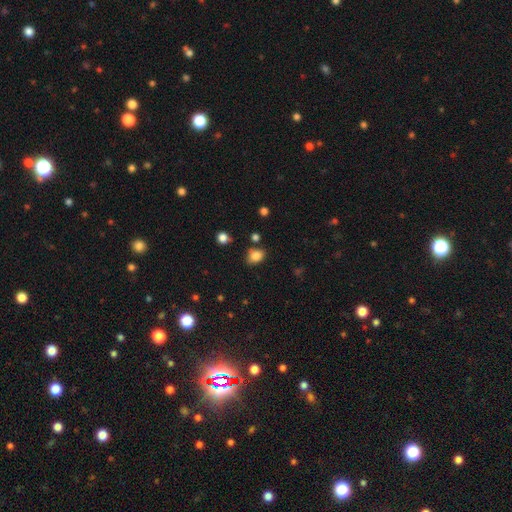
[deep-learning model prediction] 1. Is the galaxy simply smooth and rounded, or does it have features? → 84% smooth, 11% star or artifact, 5% featured or disk.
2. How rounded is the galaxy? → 61% in between, 38% round, 1% cigar-shaped.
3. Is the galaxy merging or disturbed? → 71% none, 20% minor disturbance, 5% merger, 4% major disturbance.